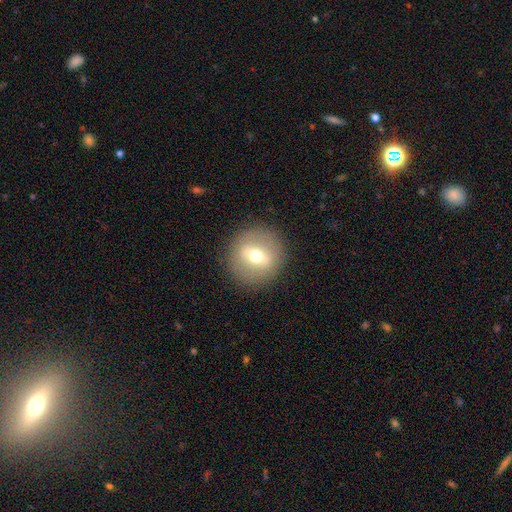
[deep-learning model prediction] This is possibly a smooth galaxy (53%). How rounded: clearly round (92%). Merging: clearly none (88%).